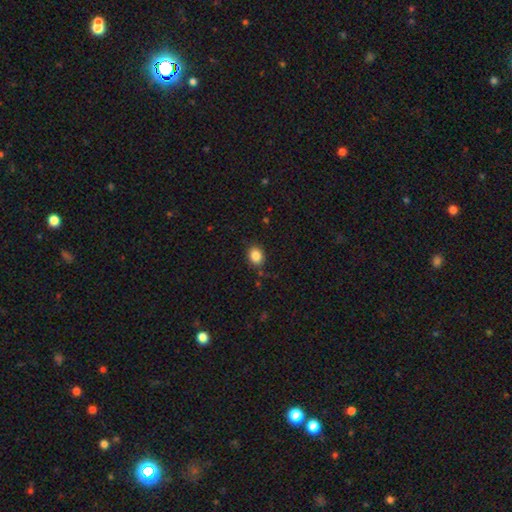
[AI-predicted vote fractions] This appears to be a smooth galaxy with no disk features (86%) that is in between round and cigar-shaped (54%). Merging: none (85%).